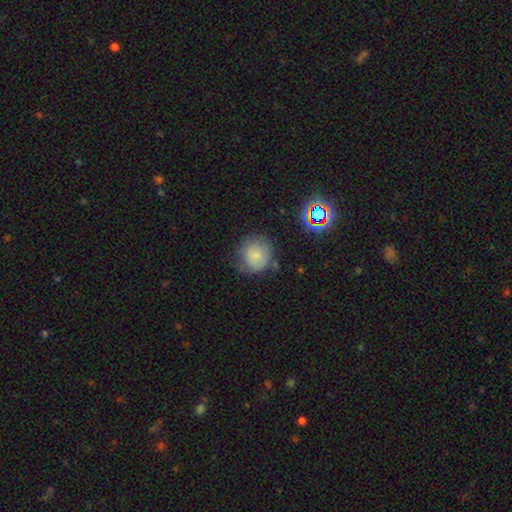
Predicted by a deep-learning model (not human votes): smooth-or-featured: smooth: 76% | featured or disk: 13% | star or artifact: 11%
  how-rounded: round: 86% | in between: 13% | cigar-shaped: 1%
  merging: none: 62% | minor disturbance: 24% | major disturbance: 9% | merger: 5%